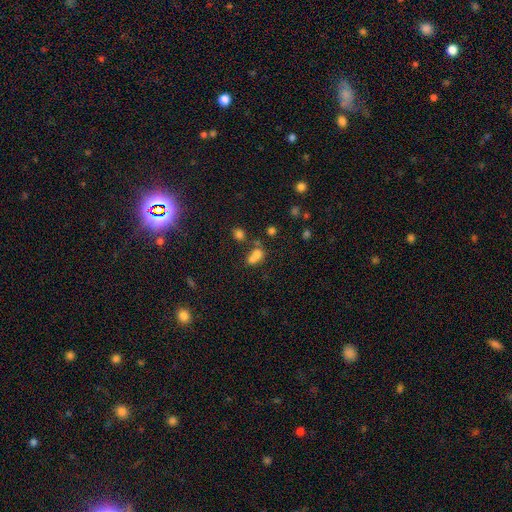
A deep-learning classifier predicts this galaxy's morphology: Overall: smooth (70%). How rounded: in between (68%). Merging: merger (52%; none 28%).